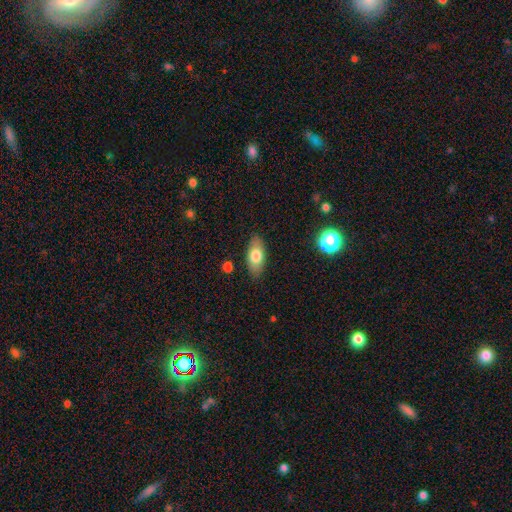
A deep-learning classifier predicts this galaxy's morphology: smooth 74%, featured or disk 19%, star or artifact 7%. Down the decision tree: how rounded — in between (87%); merging — none (85%).